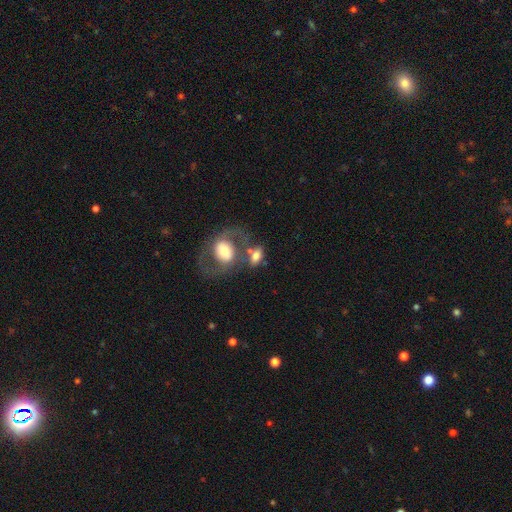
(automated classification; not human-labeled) Smooth or featured?
  - smooth: 56% *
  - featured or disk: 36%
  - star or artifact: 8%
How rounded?
  - in between: 76% *
  - round: 21%
  - cigar-shaped: 3%
Merging?
  - merger: 41% *
  - none: 35%
  - minor disturbance: 13%
  - major disturbance: 11%